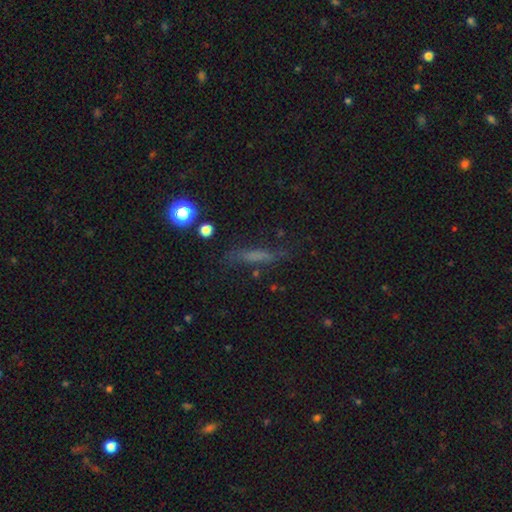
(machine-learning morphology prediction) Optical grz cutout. It shows a smooth galaxy with no disk features (52%) that is cigar-shaped (83%). Merging: none (71%).